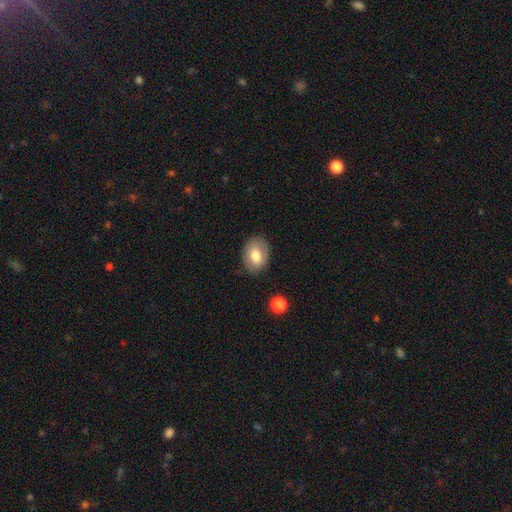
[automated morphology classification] Overall: smooth (75%). How rounded: in between (72%). Merging: none (83%).